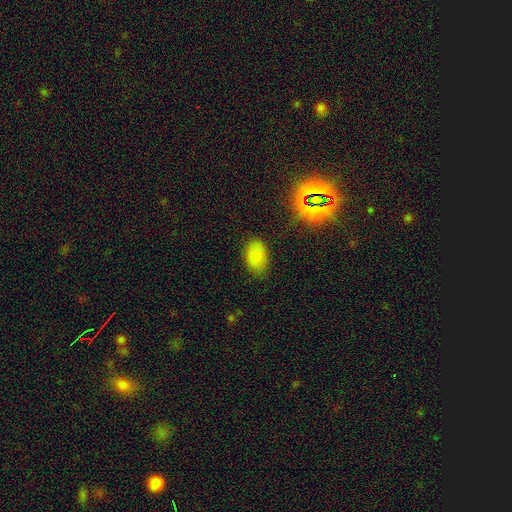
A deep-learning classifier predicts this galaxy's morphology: type=smooth (83%); roundness=in between (91%); merging=none (82%).